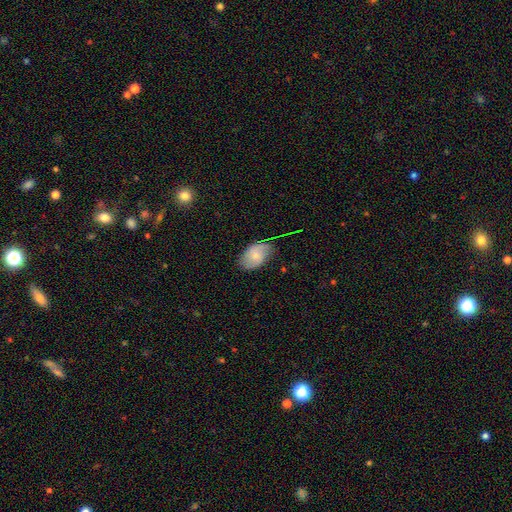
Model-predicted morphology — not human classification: This appears to be a smooth galaxy with no disk features (63%) that is in between round and cigar-shaped (90%). Merging: none (69%).